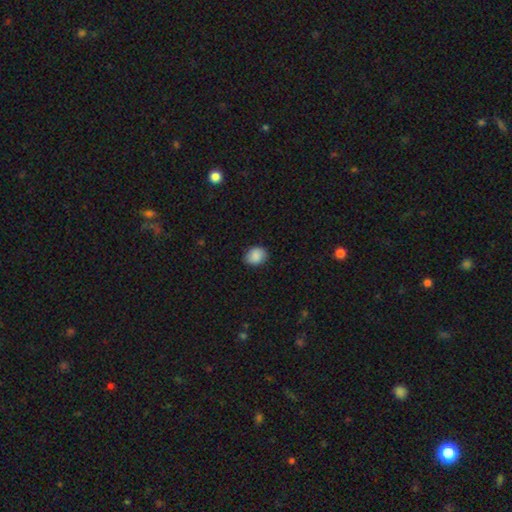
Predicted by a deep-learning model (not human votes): Q: Smooth or featured?
A: smooth (88%); runner-up: star or artifact (8%)
Q: How rounded?
A: in between (55%); runner-up: round (44%)
Q: Merging?
A: none (86%); runner-up: minor disturbance (11%)